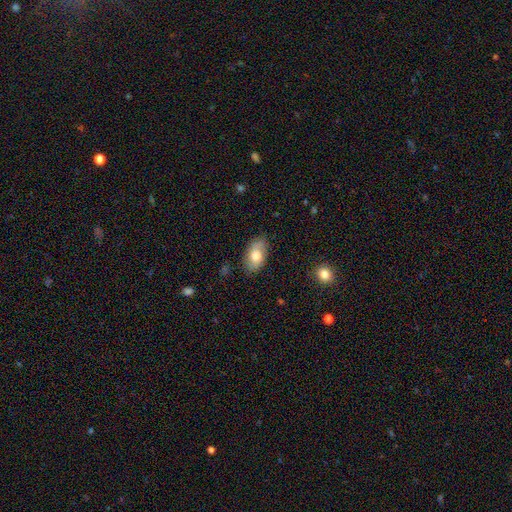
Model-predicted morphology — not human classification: smooth 69%, featured or disk 24%, star or artifact 7%. Down the decision tree: how rounded — in between (93%); merging — none (79%).